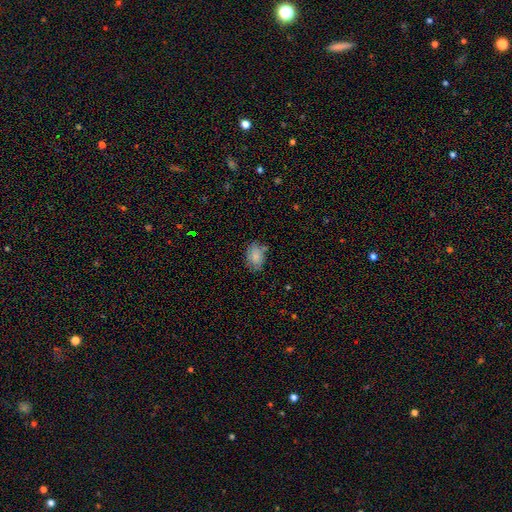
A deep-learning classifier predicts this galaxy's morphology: type=smooth (81%); roundness=in between (82%); merging=none (67%).